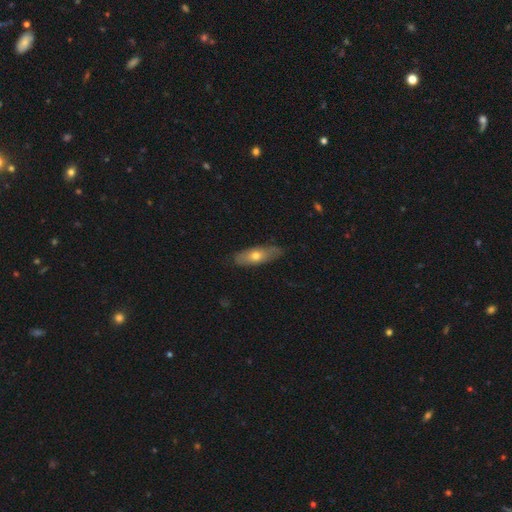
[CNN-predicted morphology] smooth_or_featured: smooth (p=0.55) [alt: featured or disk p=0.38]
how_rounded: in between (p=0.57) [alt: cigar-shaped p=0.40]
merging: none (p=0.83) [alt: minor disturbance p=0.14]